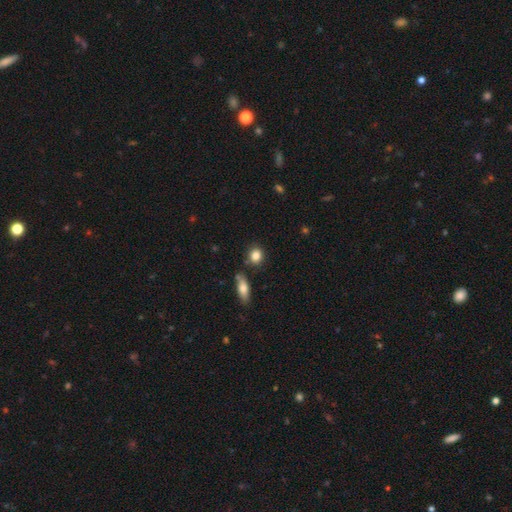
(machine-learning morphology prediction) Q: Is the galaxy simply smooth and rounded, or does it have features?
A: smooth — 85%.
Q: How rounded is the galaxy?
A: round — 66%.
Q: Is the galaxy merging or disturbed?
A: none — 78%.